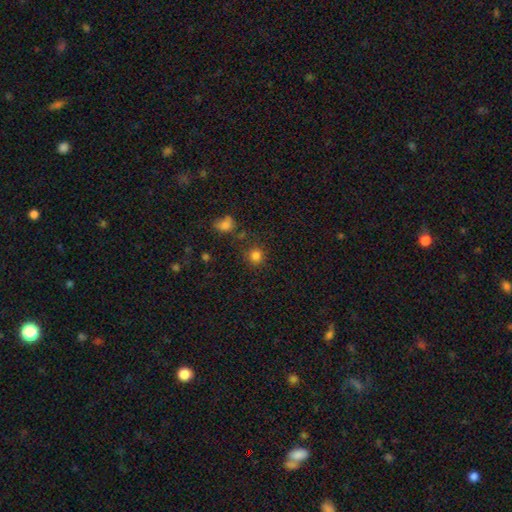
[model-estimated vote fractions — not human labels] Overall: smooth (81%). How rounded: round (88%). Merging: none (79%).